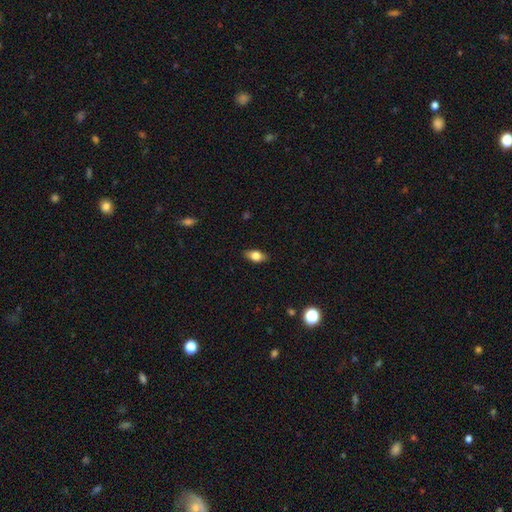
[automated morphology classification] type=smooth (74%); roundness=in between (84%); merging=none (86%).